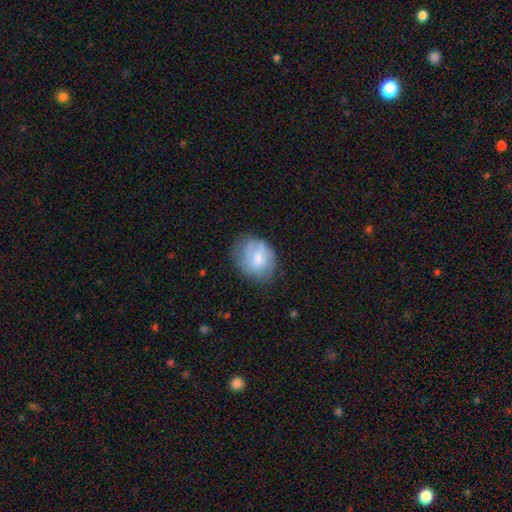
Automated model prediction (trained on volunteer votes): Morphology: type=smooth (60%); roundness=round (55%); merging=none (63%).